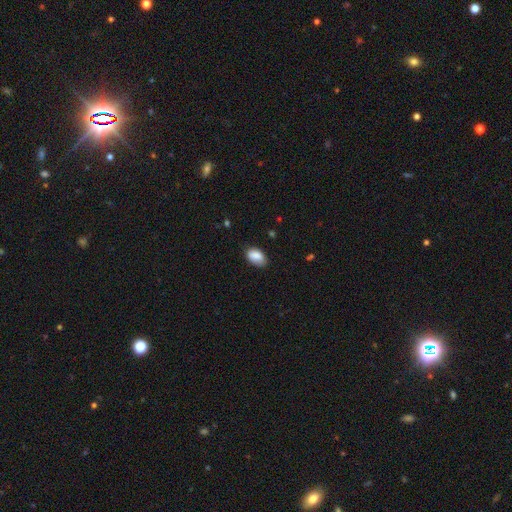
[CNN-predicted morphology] This appears to be a smooth galaxy with no disk features (87%) that is in between round and cigar-shaped (92%). Merging: none (73%).